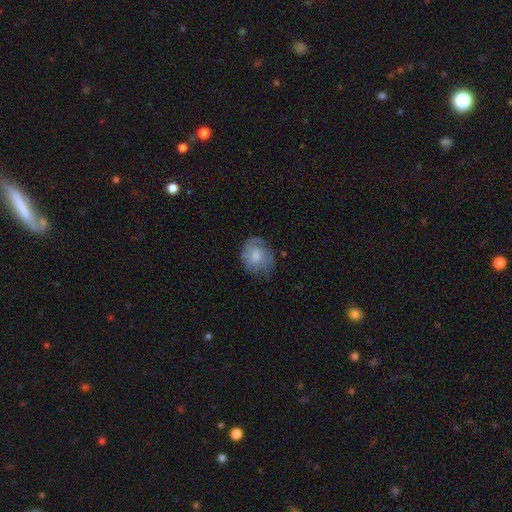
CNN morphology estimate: Q: Smooth or featured?
A: smooth (63%); runner-up: featured or disk (30%)
Q: How rounded?
A: round (60%); runner-up: in between (39%)
Q: Merging?
A: none (56%); runner-up: minor disturbance (29%)